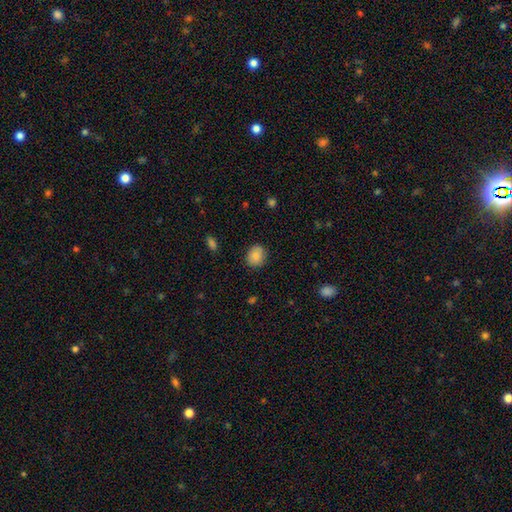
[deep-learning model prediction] Morphology: type=smooth (84%); roundness=round (60%); merging=none (86%).